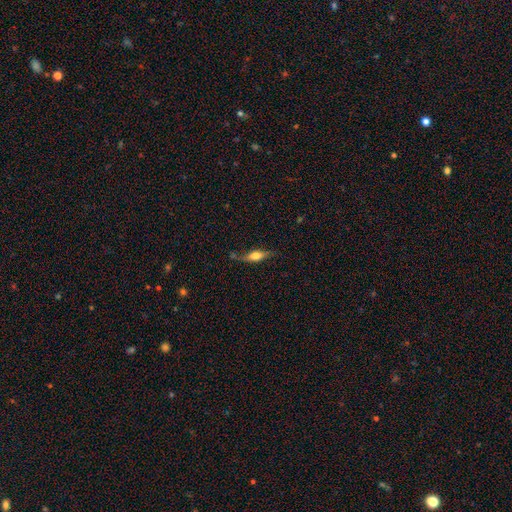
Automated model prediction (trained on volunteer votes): A smooth galaxy with no disk features (50%). Merging: none (63%).